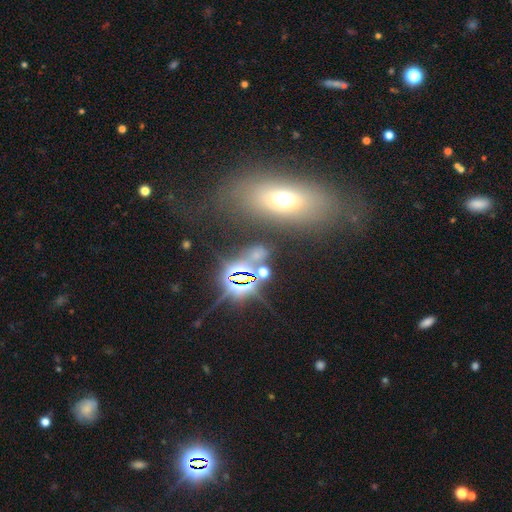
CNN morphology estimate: Smooth or featured: star or artifact — 63% (smooth — 25%)